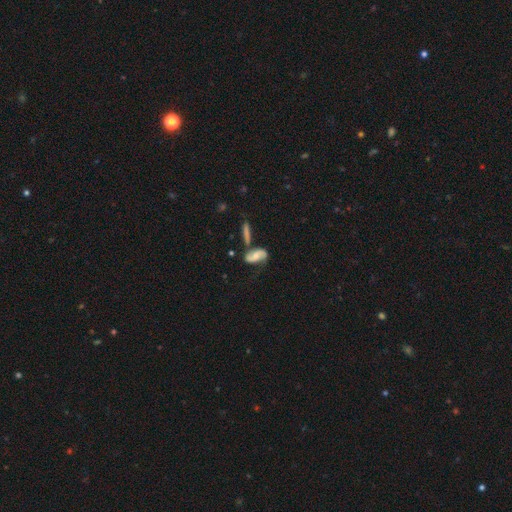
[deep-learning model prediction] Smooth or featured? featured or disk (57%)
Edge-on disk? no (92%)
Bar? no (57%)
Spiral arms? yes (84%)
Bulge size? moderate (45%)
Merging? none (45%)